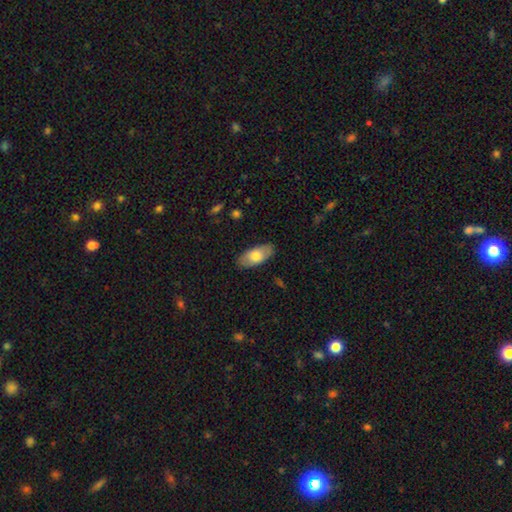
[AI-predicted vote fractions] smooth 72%, featured or disk 22%, star or artifact 6%. Down the decision tree: how rounded — in between (90%); merging — none (84%).